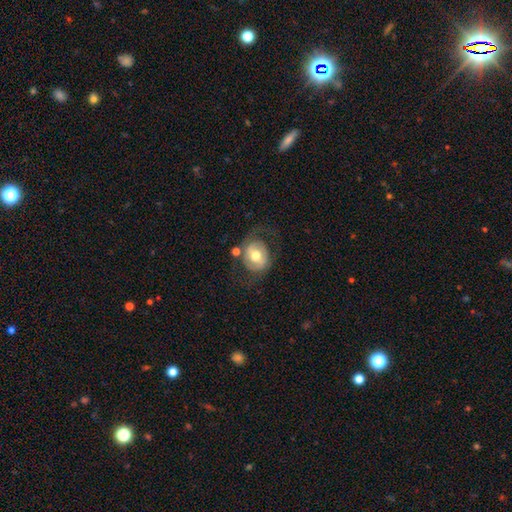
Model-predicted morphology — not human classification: This is likely a featured or disk galaxy (61%). It is clearly not viewed edge-on (96%). Bar: marginally weak (39%). Spiral arm pattern: likely yes (66%). Central bulge: likely moderate (74%). Merging: possibly none (55%).